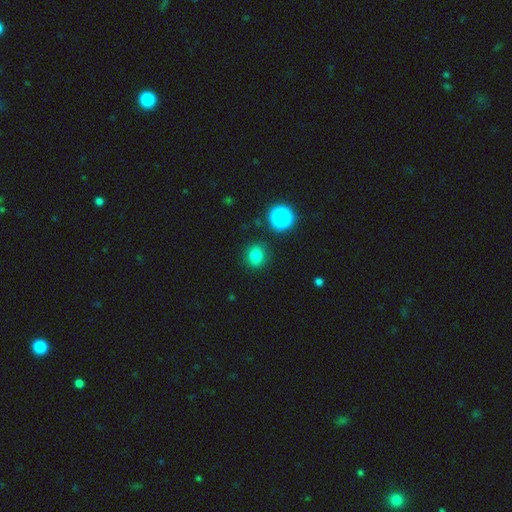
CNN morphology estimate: type=smooth (80%); roundness=round (79%); merging=none (87%).